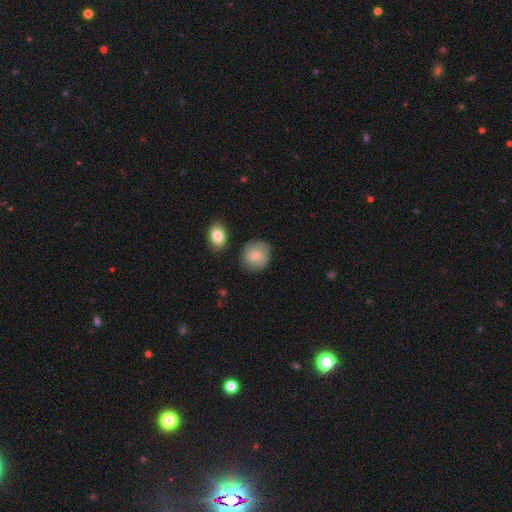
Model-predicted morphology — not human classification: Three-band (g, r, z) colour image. It shows a smooth galaxy with no disk features (73%) that is round (79%). Merging: none (75%).